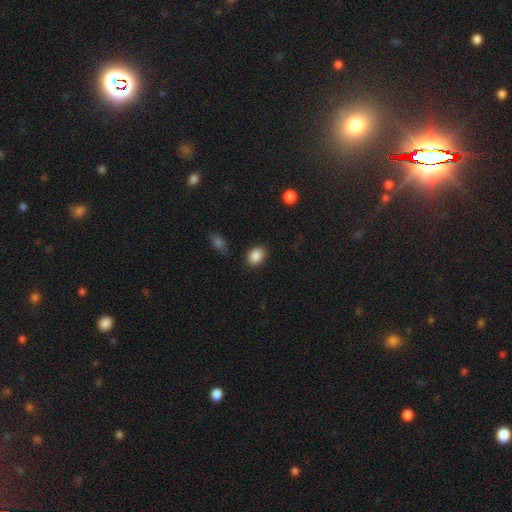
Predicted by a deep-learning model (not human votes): This is clearly a smooth galaxy (88%). How rounded: likely in between (66%). Merging: clearly none (83%).